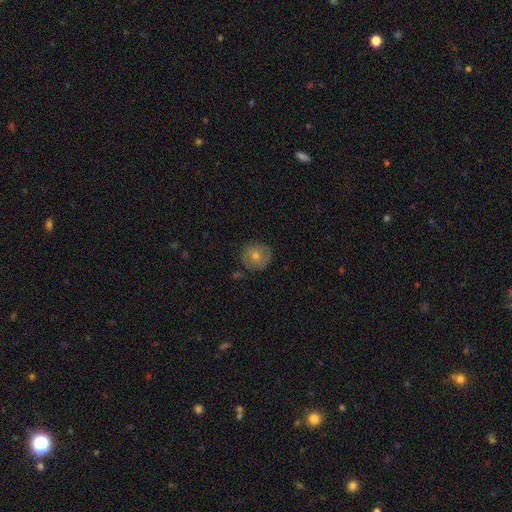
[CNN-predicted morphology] type=smooth (52%); roundness=round (90%); merging=none (83%).